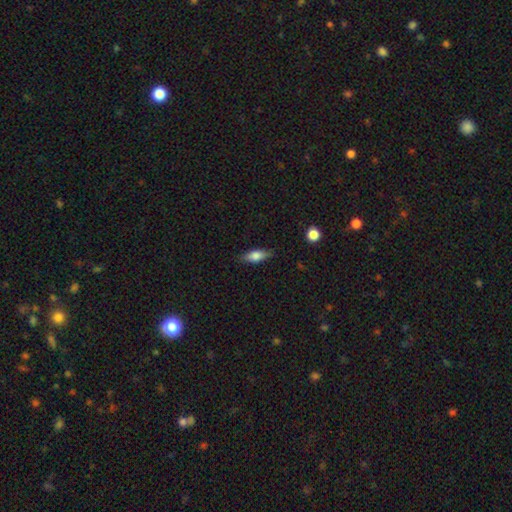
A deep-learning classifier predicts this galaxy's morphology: This is likely a smooth galaxy (70%). How rounded: likely in between (70%). Merging: clearly none (83%).